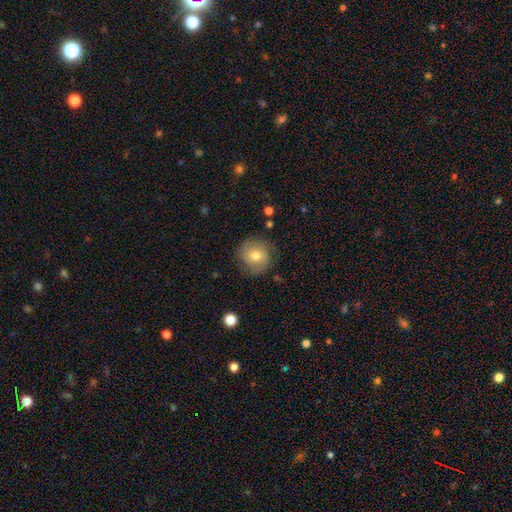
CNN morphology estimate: Smooth or featured? smooth (68%)
How rounded? round (89%)
Merging? none (80%)